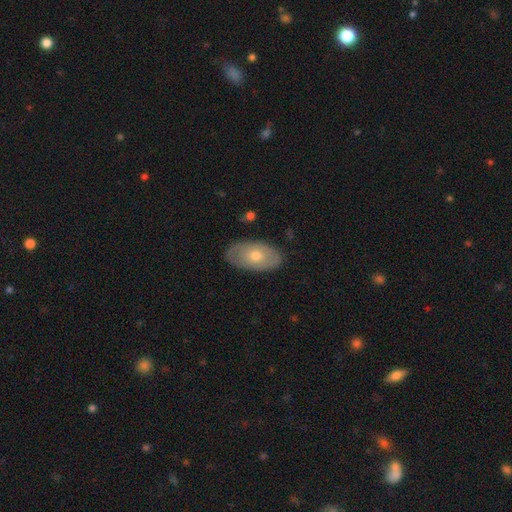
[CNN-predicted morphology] smooth_or_featured: smooth (p=0.53) [alt: featured or disk p=0.41]
how_rounded: in between (p=0.93) [alt: round p=0.06]
merging: none (p=0.83) [alt: minor disturbance p=0.13]